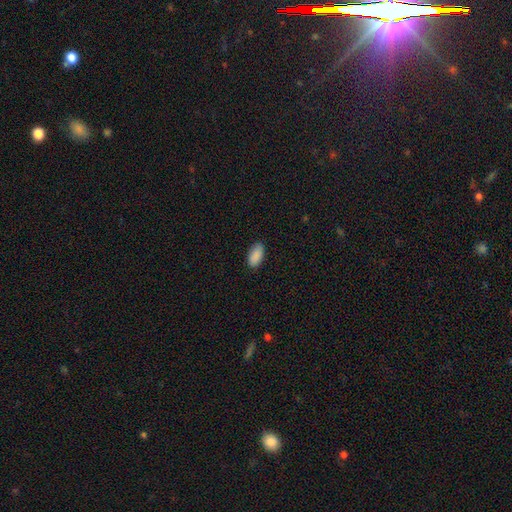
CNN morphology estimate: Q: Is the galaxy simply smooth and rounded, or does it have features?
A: smooth — 90%.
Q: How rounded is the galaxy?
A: in between — 93%.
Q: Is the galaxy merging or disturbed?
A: none — 87%.